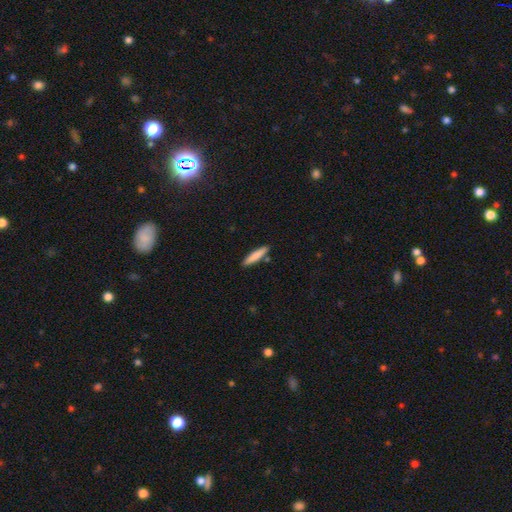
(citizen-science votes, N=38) Q: Smooth or featured?
A: smooth (76%); runner-up: featured or disk (16%)
Q: How rounded?
A: cigar-shaped (83%); runner-up: in between (17%)
Q: Merging?
A: none (89%); runner-up: merger (6%)